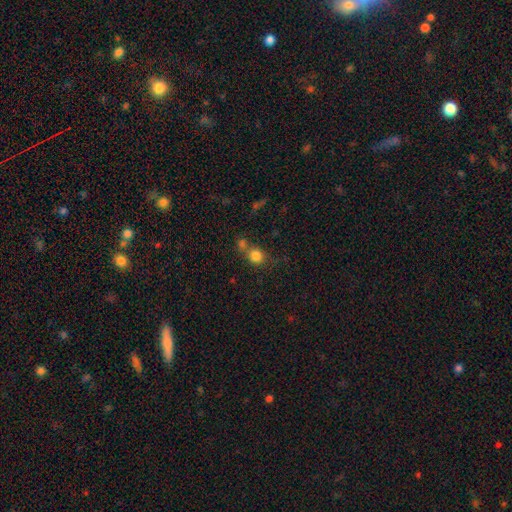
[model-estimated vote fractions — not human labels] Smooth or featured: smooth — 81% (star or artifact — 12%)
How rounded: round — 84% (in between — 15%)
Merging: none — 51% (merger — 35%)